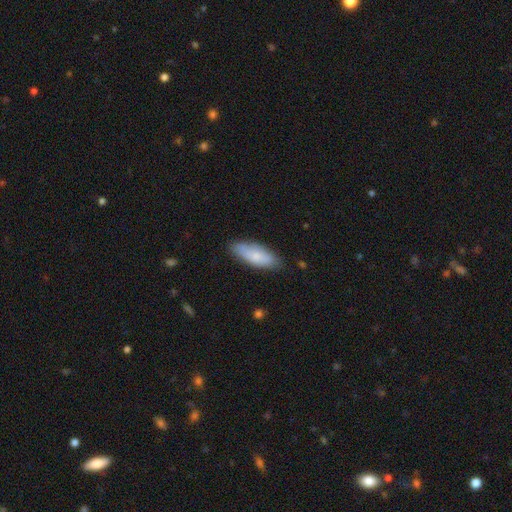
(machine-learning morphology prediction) This is likely a smooth galaxy (73%). How rounded: likely in between (73%). Merging: likely none (77%).